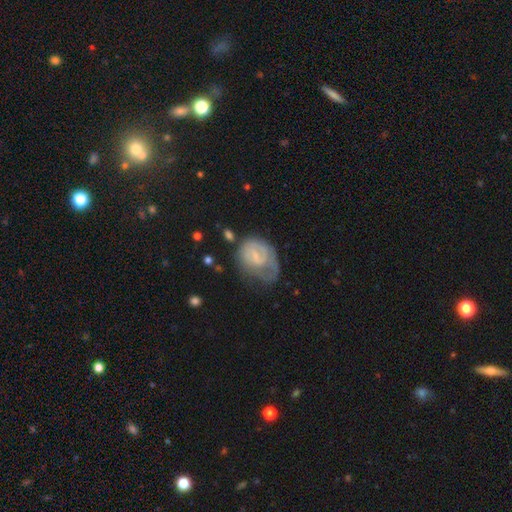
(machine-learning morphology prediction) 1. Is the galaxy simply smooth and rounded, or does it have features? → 61% featured or disk, 31% smooth, 7% star or artifact.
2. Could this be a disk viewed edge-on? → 97% no, 3% yes.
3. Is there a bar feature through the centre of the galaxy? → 52% weak, 34% no, 14% strong.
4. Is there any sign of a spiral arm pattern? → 74% yes, 26% no.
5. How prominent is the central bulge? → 49% small, 28% none, 19% moderate, 2% large, 1% dominant.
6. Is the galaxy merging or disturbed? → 34% major disturbance (tied), 34% none (tied), 29% minor disturbance, 4% merger.